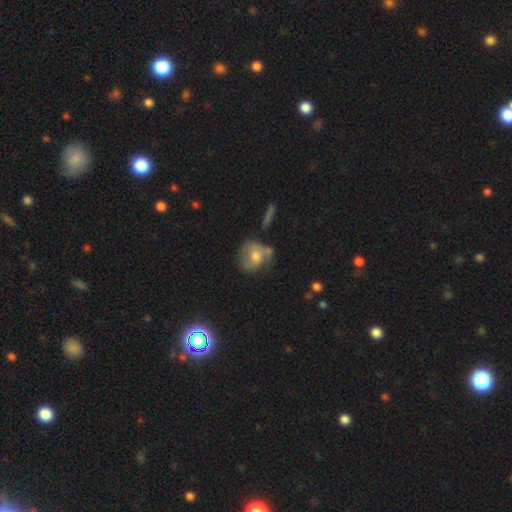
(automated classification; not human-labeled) A featured or disk galaxy (47%).

Vote fractions:
- Smooth or featured? featured or disk: 47% / smooth: 43% / star or artifact: 10%
- Merging? none: 50% / minor disturbance: 26% / major disturbance: 13% / merger: 10%